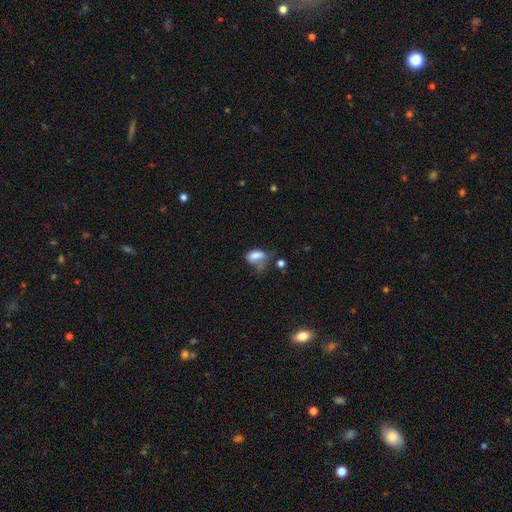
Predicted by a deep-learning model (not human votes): smooth-or-featured: smooth: 75% | featured or disk: 15% | star or artifact: 11%
  how-rounded: in between: 85% | round: 12% | cigar-shaped: 2%
  merging: major disturbance: 32% | minor disturbance: 29% | none: 24% | merger: 14%